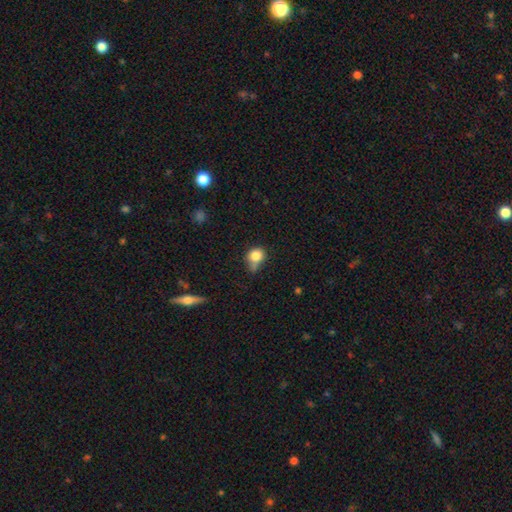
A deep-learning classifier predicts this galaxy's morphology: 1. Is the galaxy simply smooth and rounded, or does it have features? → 81% smooth, 10% star or artifact, 9% featured or disk.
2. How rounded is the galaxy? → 70% round, 29% in between, 1% cigar-shaped.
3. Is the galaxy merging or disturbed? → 41% none, 32% minor disturbance, 14% merger, 13% major disturbance.